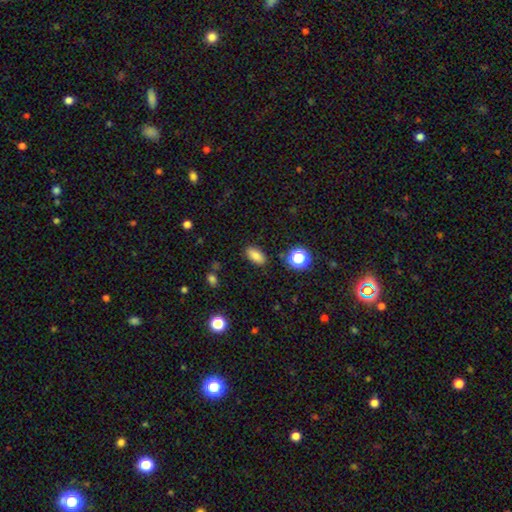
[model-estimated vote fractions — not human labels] smooth_or_featured: smooth (p=0.81) [alt: star or artifact p=0.12]
how_rounded: in between (p=0.86) [alt: round p=0.07]
merging: none (p=0.86) [alt: minor disturbance p=0.09]